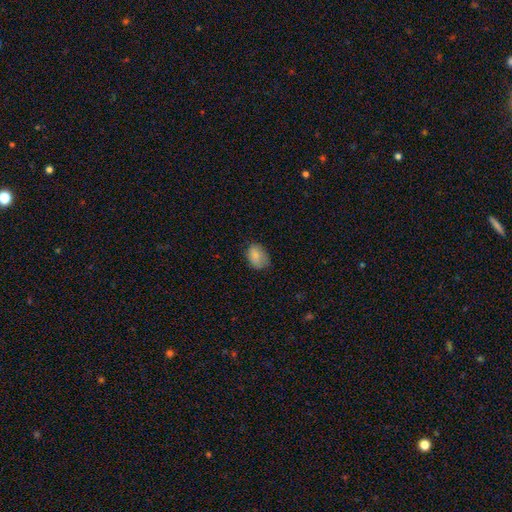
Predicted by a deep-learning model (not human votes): The model was most divided on "merging": none: 65%, minor disturbance: 27%, major disturbance: 7%, merger: 1%. More confident: smooth or featured — smooth (82%); how rounded — in between (75%).